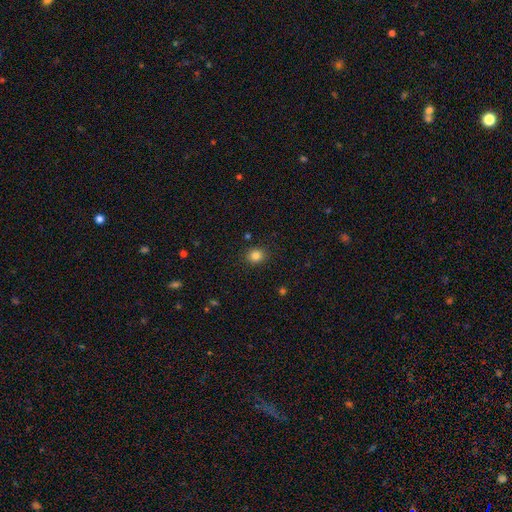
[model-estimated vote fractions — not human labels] Morphology: type=smooth (83%); roundness=round (75%); merging=none (89%).